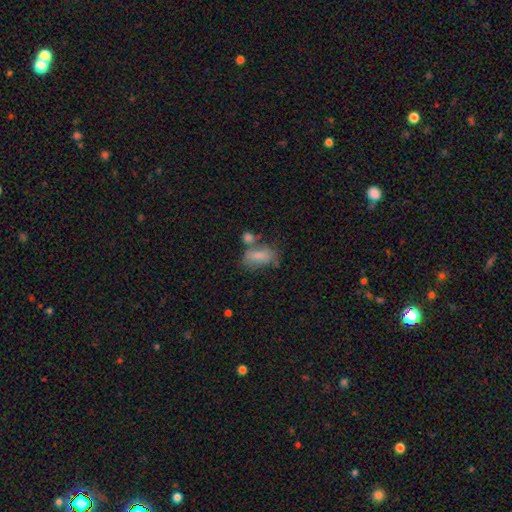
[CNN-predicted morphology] This appears to be a smooth galaxy with no disk features (68%) that is in between round and cigar-shaped (83%). Merging: none (47%).